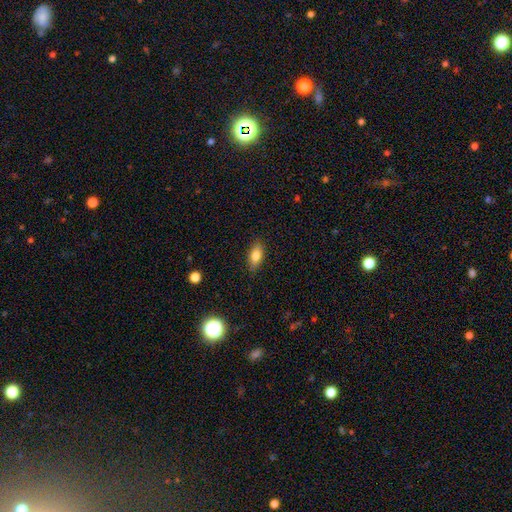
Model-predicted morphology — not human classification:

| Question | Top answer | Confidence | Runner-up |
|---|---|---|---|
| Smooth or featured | smooth | 80% | featured or disk (12%) |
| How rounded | in between | 84% | cigar-shaped (11%) |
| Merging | none | 86% | minor disturbance (11%) |